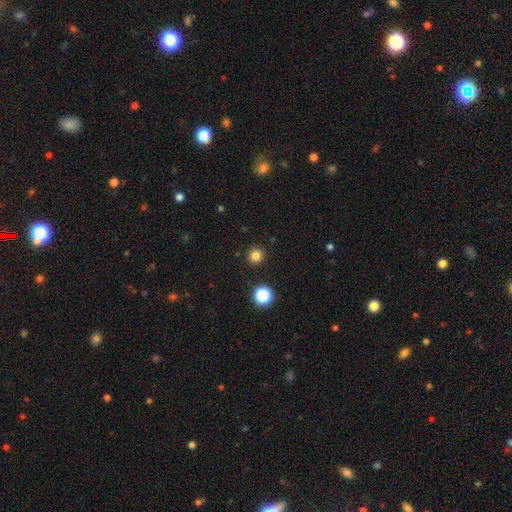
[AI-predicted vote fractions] Q: Smooth or featured?
A: smooth (81%); runner-up: star or artifact (14%)
Q: How rounded?
A: round (95%); runner-up: in between (4%)
Q: Merging?
A: none (92%); runner-up: minor disturbance (5%)